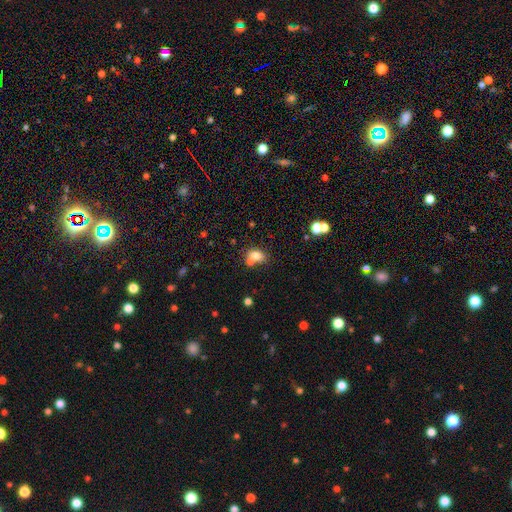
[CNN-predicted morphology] Smooth or featured? Predicted: smooth (p=0.76). How rounded? Predicted: in between (p=0.75). Merging? Predicted: none (p=0.45).